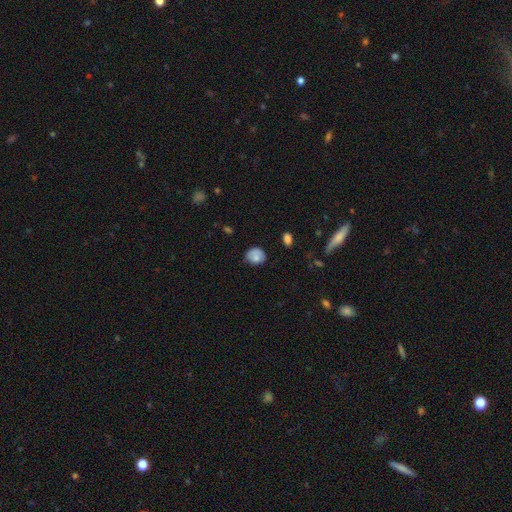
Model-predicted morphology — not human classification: The model was most divided on "how rounded": round: 62%, in between: 37%, cigar-shaped: 1%. More confident: smooth or featured — smooth (76%); merging — none (63%).